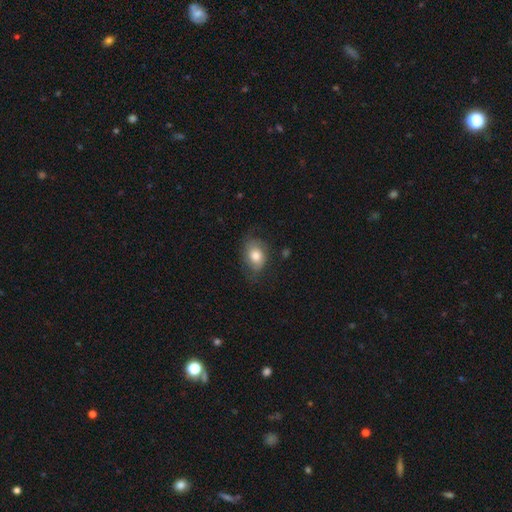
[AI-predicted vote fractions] Q: Smooth or featured?
A: smooth (67%); runner-up: featured or disk (25%)
Q: How rounded?
A: in between (68%); runner-up: round (31%)
Q: Merging?
A: none (63%); runner-up: minor disturbance (25%)